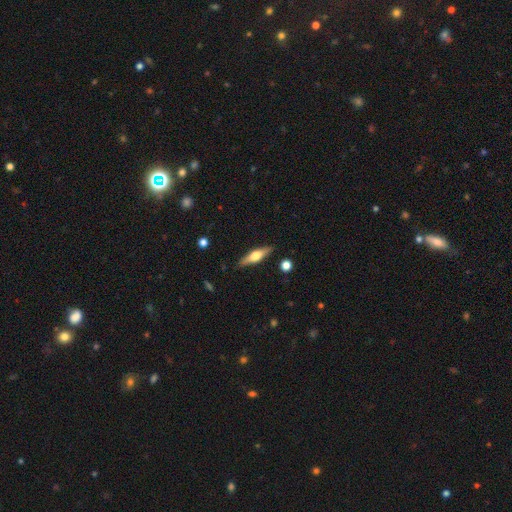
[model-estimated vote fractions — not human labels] Overall: featured or disk (54%; smooth 40%). Edge-on disk: yes (94%). Edge-on bulge: rounded (90%). Merging: none (88%).